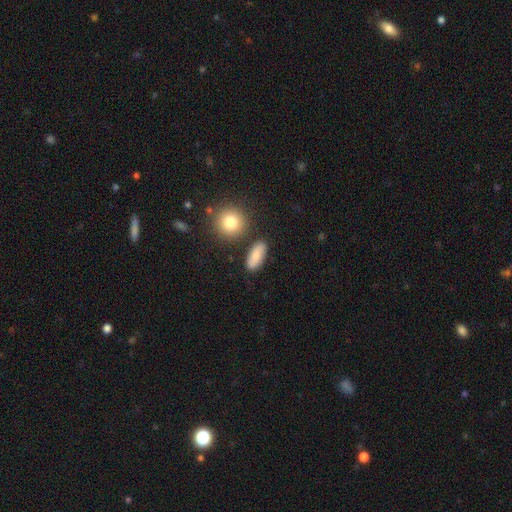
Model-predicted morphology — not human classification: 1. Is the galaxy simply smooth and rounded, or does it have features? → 80% smooth, 13% featured or disk, 7% star or artifact.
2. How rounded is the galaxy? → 84% in between, 10% cigar-shaped, 6% round.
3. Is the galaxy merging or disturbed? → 82% none, 11% minor disturbance, 4% merger, 3% major disturbance.